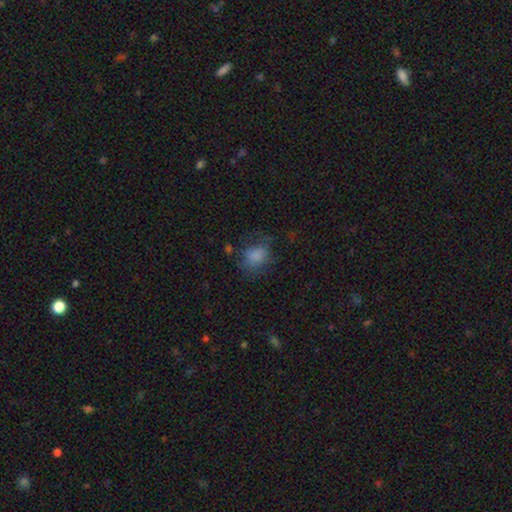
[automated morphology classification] smooth_or_featured: smooth (p=0.77) [alt: star or artifact p=0.12]
how_rounded: in between (p=0.53) [alt: round p=0.45]
merging: none (p=0.52) [alt: minor disturbance p=0.25]